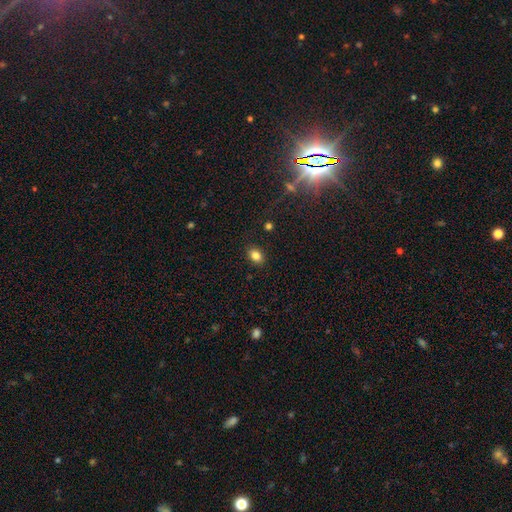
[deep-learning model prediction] Overall: smooth (82%). How rounded: in between (69%; round 30%). Merging: none (87%).